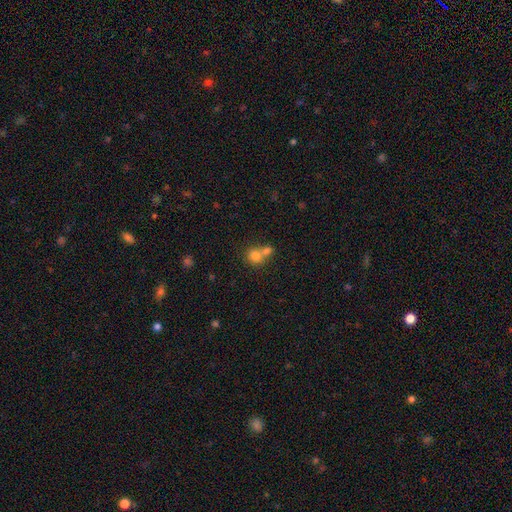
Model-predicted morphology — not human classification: A smooth galaxy with no disk features (77%) that is round (78%). Merging: merger (58%).